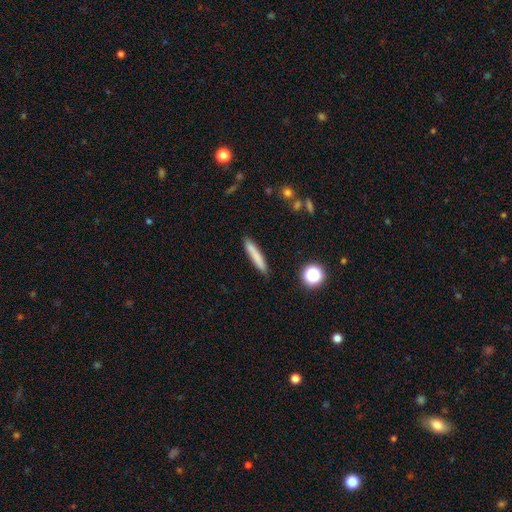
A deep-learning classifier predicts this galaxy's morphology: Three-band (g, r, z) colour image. It shows a smooth galaxy with no disk features (78%) that is cigar-shaped (92%). Merging: none (89%).